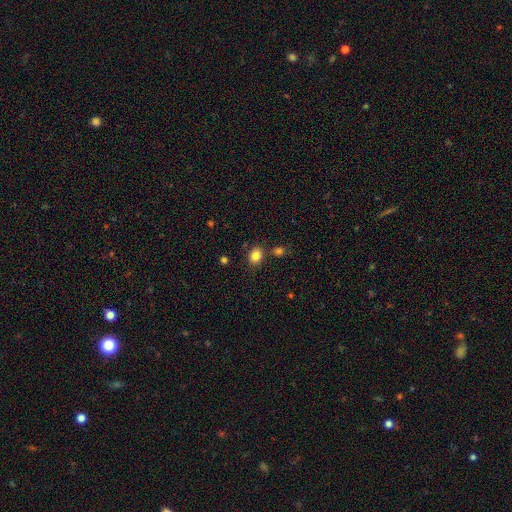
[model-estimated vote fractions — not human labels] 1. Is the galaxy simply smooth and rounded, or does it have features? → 84% smooth, 11% star or artifact, 5% featured or disk.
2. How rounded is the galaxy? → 51% in between, 49% round, 1% cigar-shaped.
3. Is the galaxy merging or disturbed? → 79% none, 11% minor disturbance, 7% merger, 3% major disturbance.